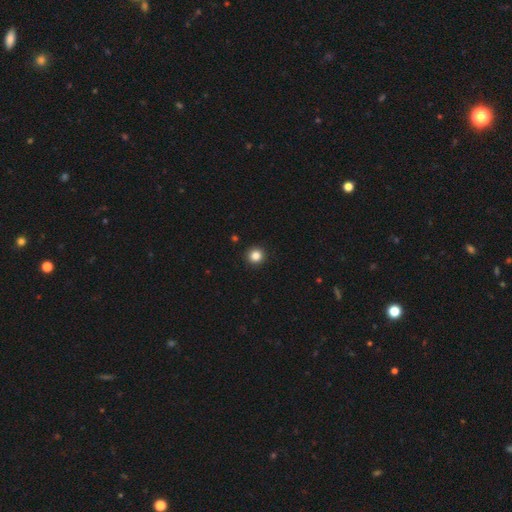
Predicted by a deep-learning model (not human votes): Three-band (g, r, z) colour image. It shows a smooth galaxy with no disk features (84%) that is round (94%). Merging: none (93%).